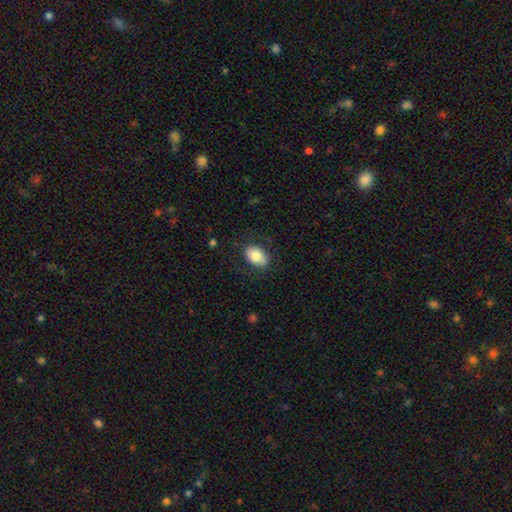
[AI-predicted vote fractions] Morphology: type=smooth (81%); roundness=in between (80%); merging=none (80%).